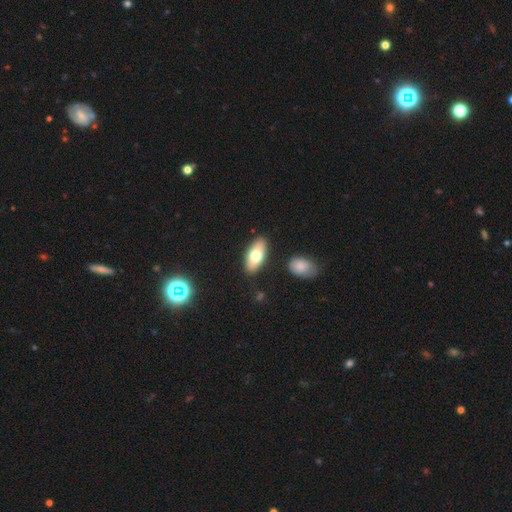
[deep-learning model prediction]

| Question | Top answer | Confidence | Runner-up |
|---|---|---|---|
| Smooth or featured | smooth | 70% | featured or disk (23%) |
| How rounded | in between | 88% | cigar-shaped (9%) |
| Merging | none | 86% | minor disturbance (9%) |